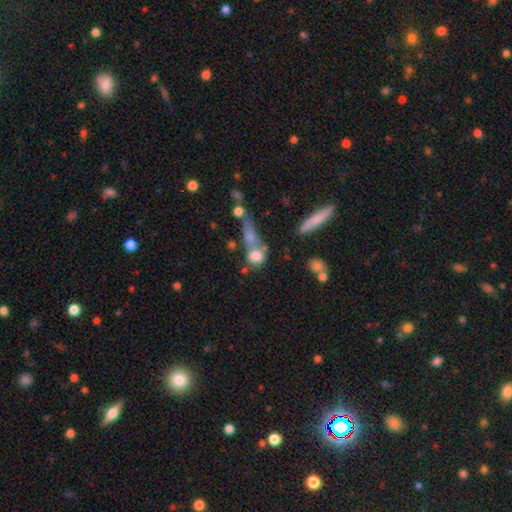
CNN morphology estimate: Q: Smooth or featured?
A: smooth (74%); runner-up: featured or disk (15%)
Q: How rounded?
A: round (55%); runner-up: in between (37%)
Q: Merging?
A: merger (46%); runner-up: none (31%)